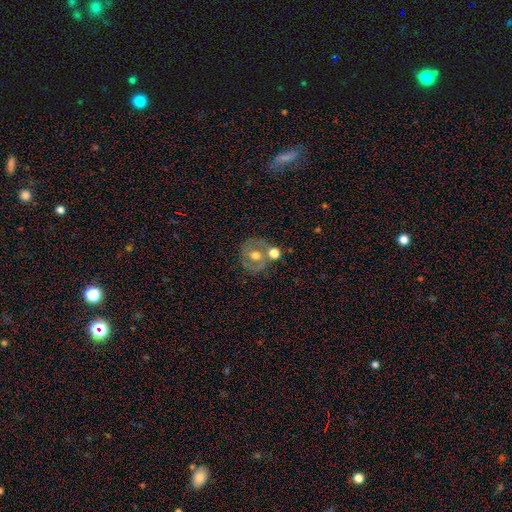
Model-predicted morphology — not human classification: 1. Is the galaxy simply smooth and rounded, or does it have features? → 54% featured or disk, 36% smooth, 10% star or artifact.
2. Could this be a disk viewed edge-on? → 95% no, 5% yes.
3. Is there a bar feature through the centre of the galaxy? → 67% no, 25% weak, 8% strong.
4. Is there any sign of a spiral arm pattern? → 51% yes, 49% no.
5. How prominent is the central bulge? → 74% moderate, 13% large, 11% small, 2% none, 1% dominant.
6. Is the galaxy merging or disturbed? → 59% none, 21% merger, 14% minor disturbance, 6% major disturbance.